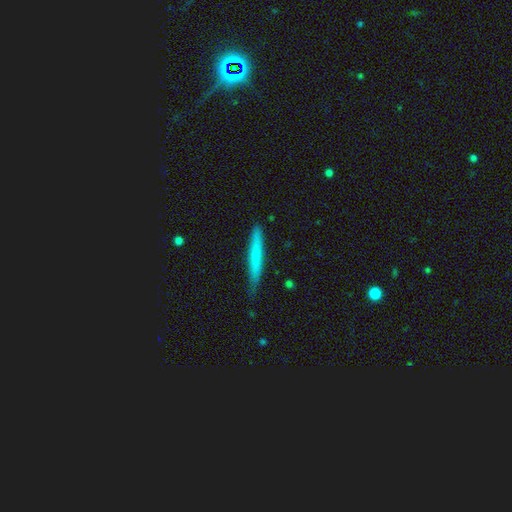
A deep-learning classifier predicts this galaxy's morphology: This is likely a smooth galaxy (67%). How rounded: clearly cigar-shaped (96%). Merging: likely none (79%).